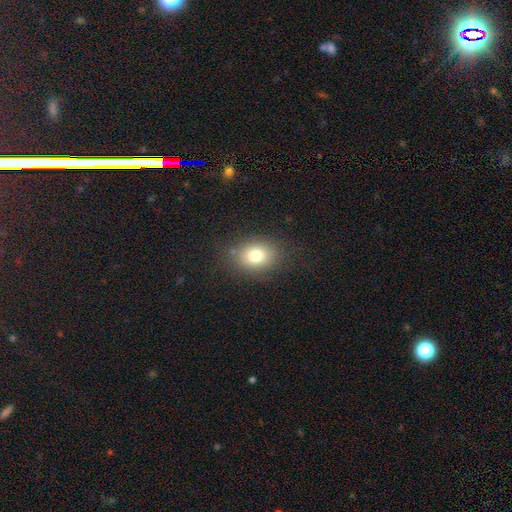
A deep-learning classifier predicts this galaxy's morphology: Smooth or featured? smooth (77%)
How rounded? in between (55%)
Merging? none (80%)